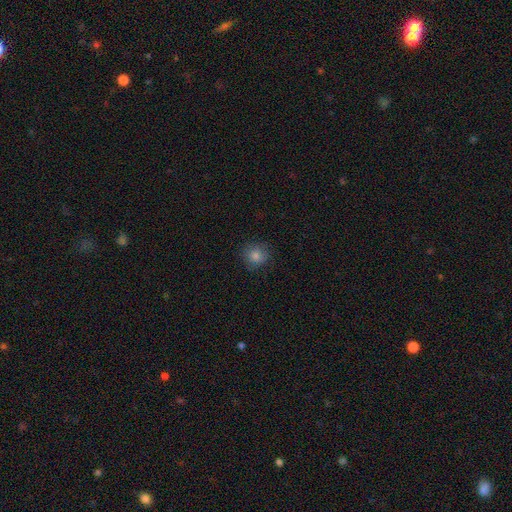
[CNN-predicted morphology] A smooth galaxy with no disk features (80%) that is round (87%).

Vote fractions:
- Smooth or featured? smooth: 80% / star or artifact: 13% / featured or disk: 7%
- How rounded? round: 87% / in between: 12% / cigar-shaped: 1%
- Merging? none: 86% / minor disturbance: 11% / major disturbance: 3% / merger: 1%